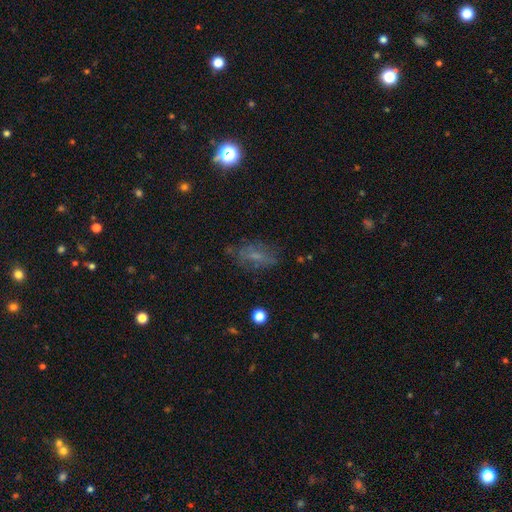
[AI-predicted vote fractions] This is possibly a smooth galaxy (47%). Merging: likely none (66%).